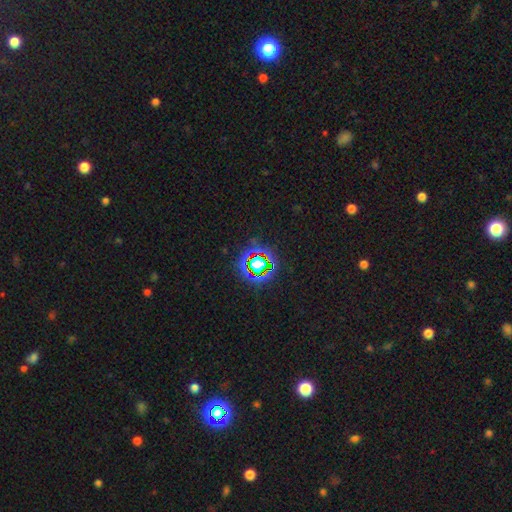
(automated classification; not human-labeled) Smooth or featured: star or artifact — 79% (smooth — 13%)